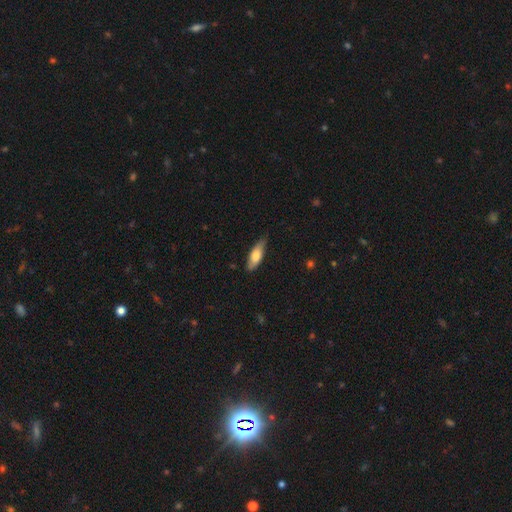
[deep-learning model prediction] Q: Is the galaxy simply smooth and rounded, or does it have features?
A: smooth — 70%.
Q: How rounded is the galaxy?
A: in between — 61%.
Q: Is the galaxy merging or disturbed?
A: none — 75%.